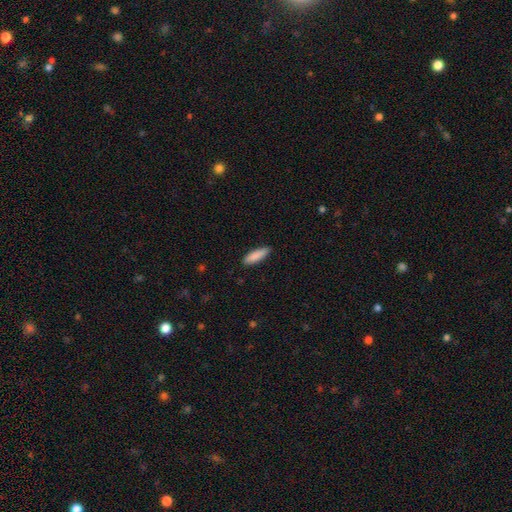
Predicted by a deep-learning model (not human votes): A smooth galaxy with no disk features (87%) that is cigar-shaped (62%).

Vote fractions:
- Smooth or featured? smooth: 87% / featured or disk: 7% / star or artifact: 6%
- How rounded? cigar-shaped: 62% / in between: 37% / round: 1%
- Merging? none: 88% / minor disturbance: 9% / major disturbance: 2% / merger: 1%